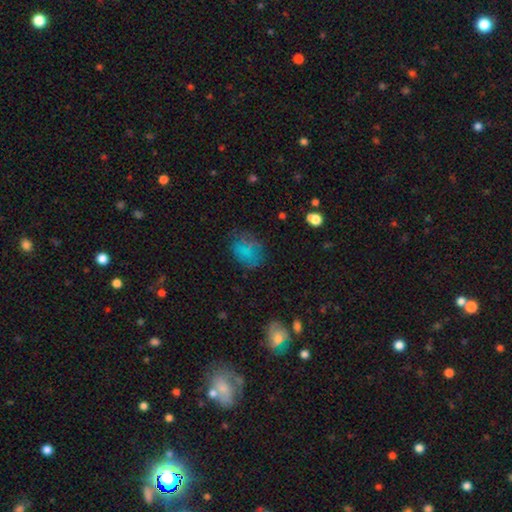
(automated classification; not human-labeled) Smooth or featured? smooth (43%)
Merging? none (77%)